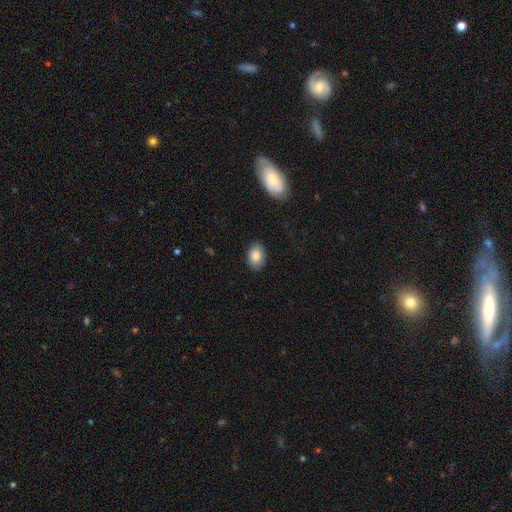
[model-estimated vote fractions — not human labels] The model was most divided on "how rounded": in between: 85%, round: 14%, cigar-shaped: 1%. More confident: smooth or featured — smooth (85%); merging — none (85%).